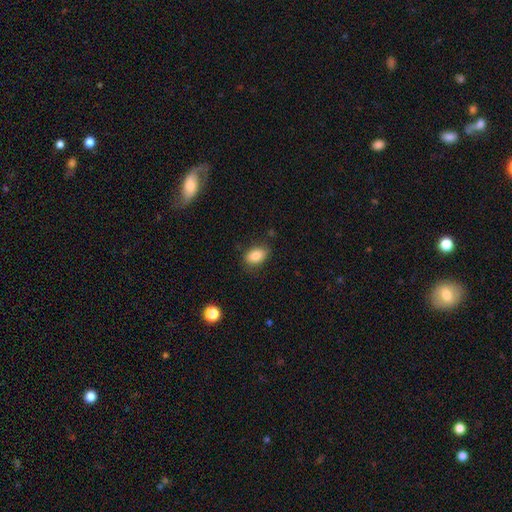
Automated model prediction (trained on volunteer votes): A smooth galaxy with no disk features (84%) that is in between round and cigar-shaped (85%).

Vote fractions:
- Smooth or featured? smooth: 84% / star or artifact: 8% / featured or disk: 8%
- How rounded? in between: 85% / round: 13% / cigar-shaped: 1%
- Merging? none: 81% / minor disturbance: 14% / major disturbance: 3% / merger: 2%